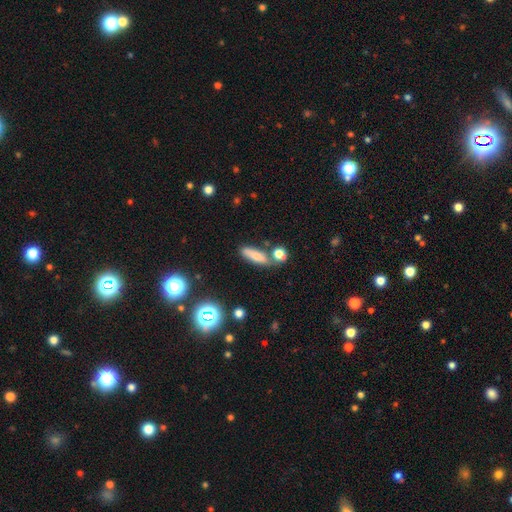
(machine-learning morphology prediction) The model was most divided on "how rounded": cigar-shaped: 48%, in between: 46%, round: 5%. More confident: smooth or featured — smooth (66%); merging — none (63%).